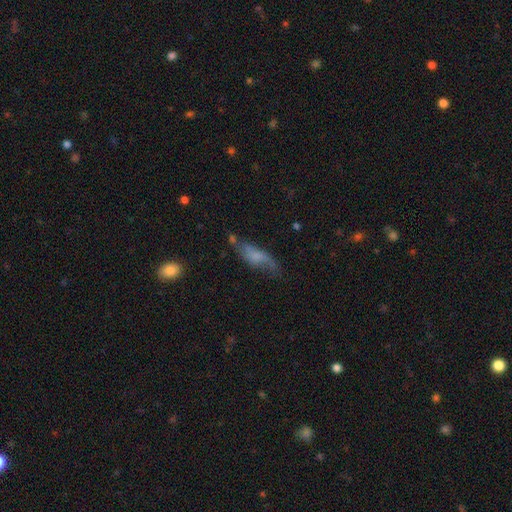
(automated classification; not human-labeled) Smooth or featured? Predicted: smooth (p=0.46). Merging? Predicted: none (p=0.48).